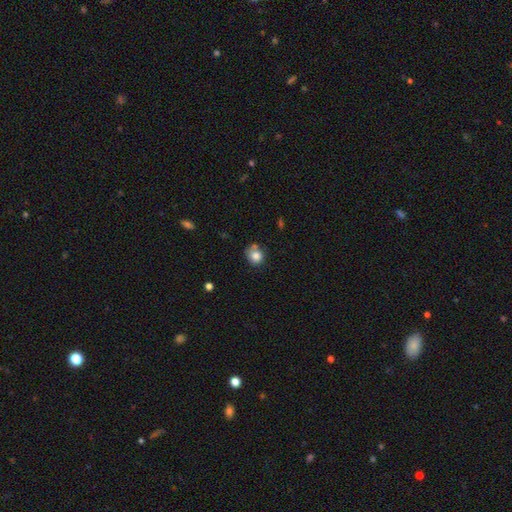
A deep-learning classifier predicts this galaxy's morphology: Q: Smooth or featured?
A: smooth (82%); runner-up: star or artifact (10%)
Q: How rounded?
A: round (76%); runner-up: in between (23%)
Q: Merging?
A: none (59%); runner-up: minor disturbance (20%)